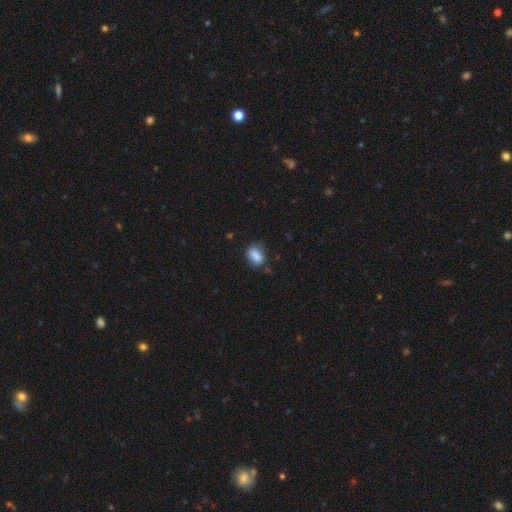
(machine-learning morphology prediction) This is clearly a smooth galaxy (83%). How rounded: likely in between (77%). Merging: likely none (64%).